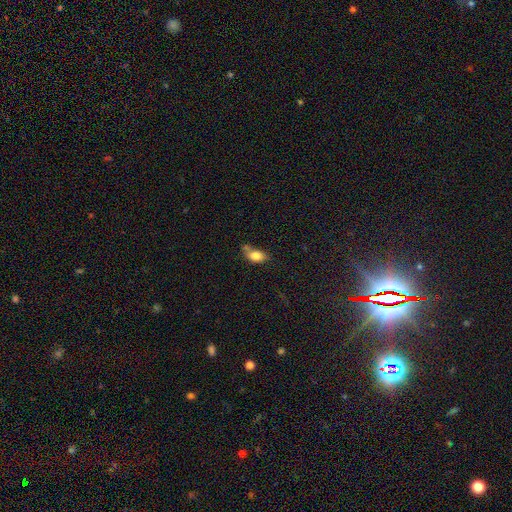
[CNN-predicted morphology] Overall: smooth (80%). How rounded: in between (88%). Merging: none (41%; minor disturbance 27%).